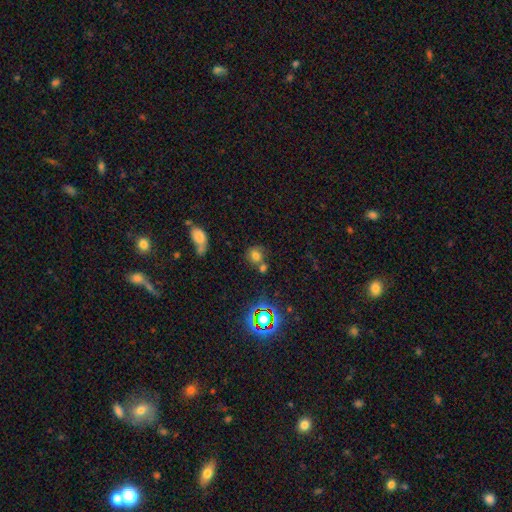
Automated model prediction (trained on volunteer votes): A smooth galaxy with no disk features (68%) that is round (71%).

Vote fractions:
- Smooth or featured? smooth: 68% / star or artifact: 22% / featured or disk: 10%
- How rounded? round: 71% / in between: 28% / cigar-shaped: 2%
- Merging? none: 57% / merger: 27% / minor disturbance: 11% / major disturbance: 5%